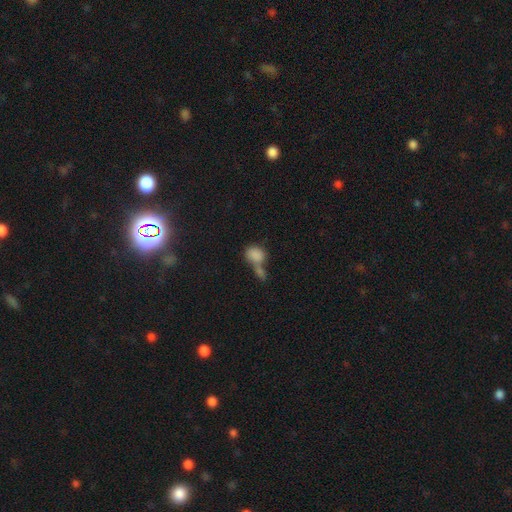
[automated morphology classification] Smooth or featured: smooth — 82% (star or artifact — 9%)
How rounded: in between — 64% (round — 34%)
Merging: merger — 62% (none — 22%)